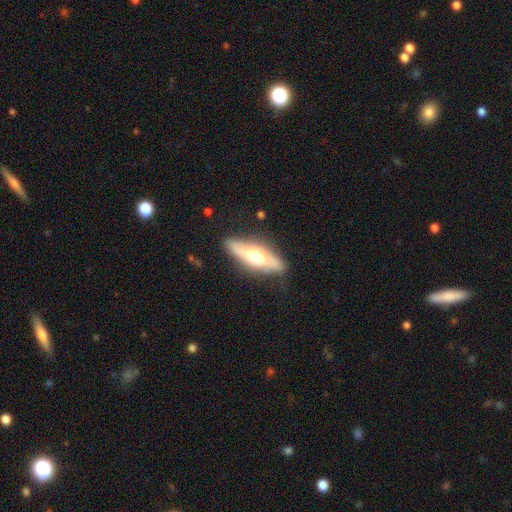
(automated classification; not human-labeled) The model was most divided on "smooth or featured": featured or disk: 50%, smooth: 44%, star or artifact: 6%. More confident: merging — none (80%); edge-on disk — yes (65%).